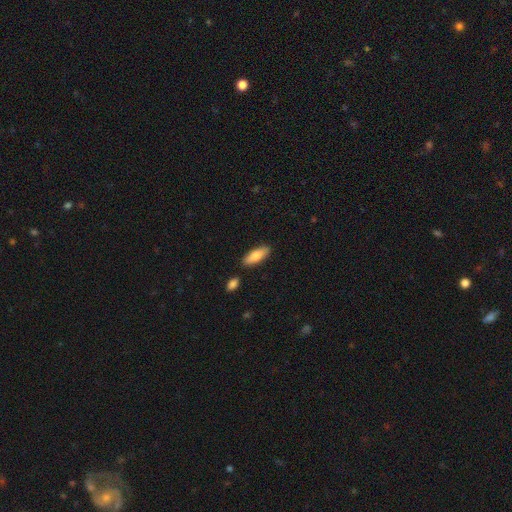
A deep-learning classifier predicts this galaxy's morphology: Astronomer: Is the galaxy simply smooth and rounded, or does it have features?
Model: smooth — 76%.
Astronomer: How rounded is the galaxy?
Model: in between — 62%.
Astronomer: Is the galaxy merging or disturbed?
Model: none — 85%.